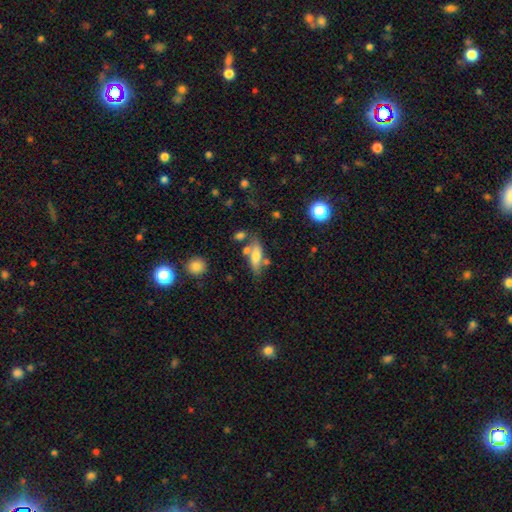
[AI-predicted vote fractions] This appears to be a smooth galaxy with no disk features (63%) that is in between round and cigar-shaped (58%). Merging: none (59%).